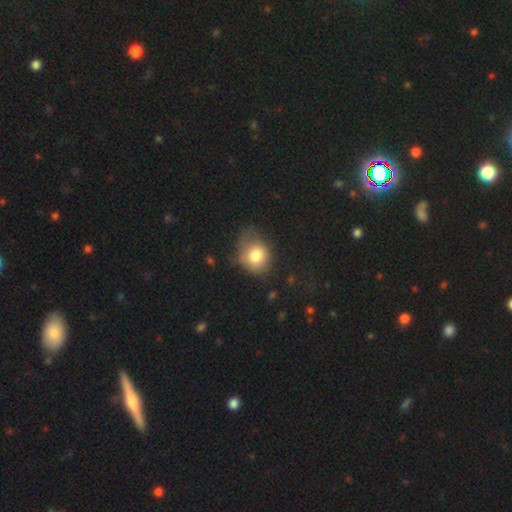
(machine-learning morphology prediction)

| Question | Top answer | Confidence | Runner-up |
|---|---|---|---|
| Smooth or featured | smooth | 79% | featured or disk (12%) |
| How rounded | round | 60% | in between (39%) |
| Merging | none | 46% | minor disturbance (35%) |